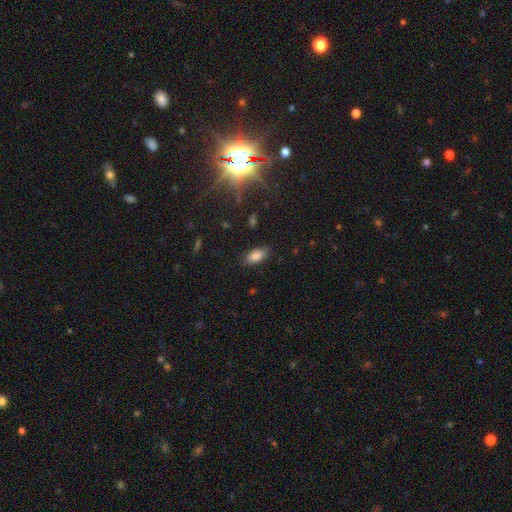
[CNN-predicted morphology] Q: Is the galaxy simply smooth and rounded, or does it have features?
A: smooth — 83%.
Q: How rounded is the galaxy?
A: in between — 91%.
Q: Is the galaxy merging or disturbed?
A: none — 84%.